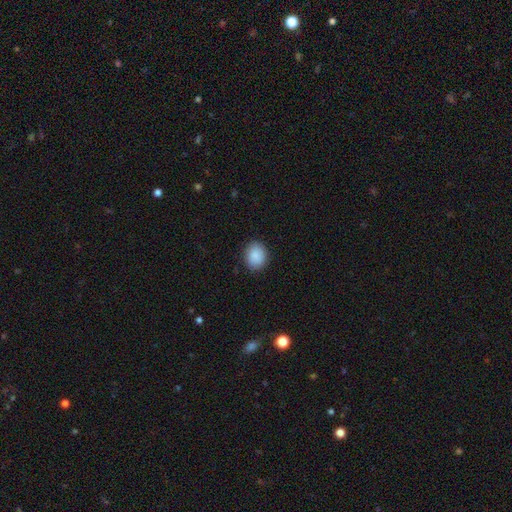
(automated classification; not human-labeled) Smooth or featured: smooth — 89% (star or artifact — 7%)
How rounded: round — 51% (in between — 48%)
Merging: none — 88% (minor disturbance — 9%)